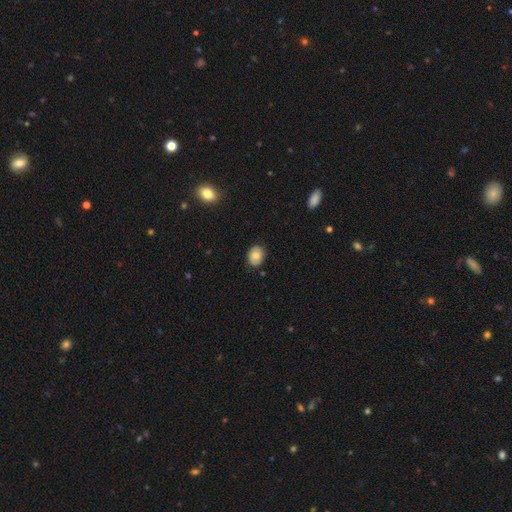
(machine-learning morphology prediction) smooth_or_featured: smooth (p=0.73) [alt: featured or disk p=0.19]
how_rounded: in between (p=0.62) [alt: round p=0.37]
merging: none (p=0.84) [alt: minor disturbance p=0.13]